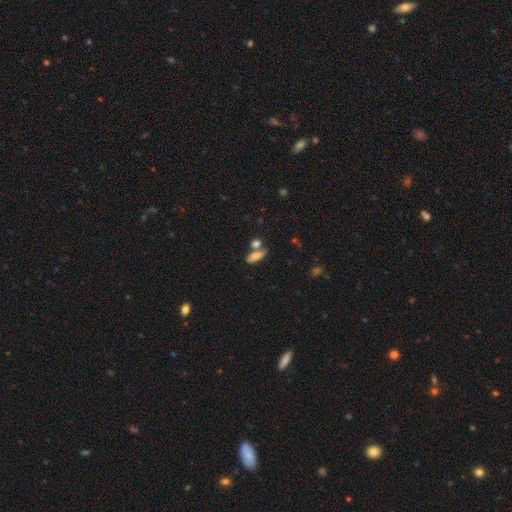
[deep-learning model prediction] Smooth or featured: smooth — 73% (featured or disk — 19%)
How rounded: in between — 67% (cigar-shaped — 27%)
Merging: none — 51% (merger — 31%)